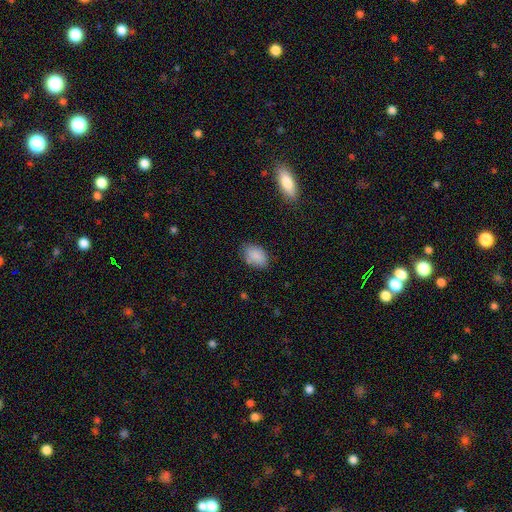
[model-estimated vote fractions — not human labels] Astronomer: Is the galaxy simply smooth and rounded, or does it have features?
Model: smooth — 86%.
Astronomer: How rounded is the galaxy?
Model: in between — 88%.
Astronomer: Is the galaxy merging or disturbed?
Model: none — 75%.